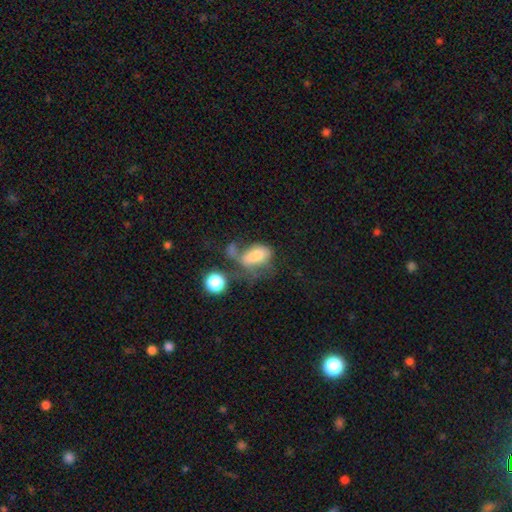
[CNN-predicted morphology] A smooth galaxy with no disk features (64%) that is in between round and cigar-shaped (84%).

Vote fractions:
- Smooth or featured? smooth: 64% / featured or disk: 23% / star or artifact: 12%
- How rounded? in between: 84% / round: 13% / cigar-shaped: 3%
- Merging? major disturbance: 33% / merger: 32% / none: 20% / minor disturbance: 15%